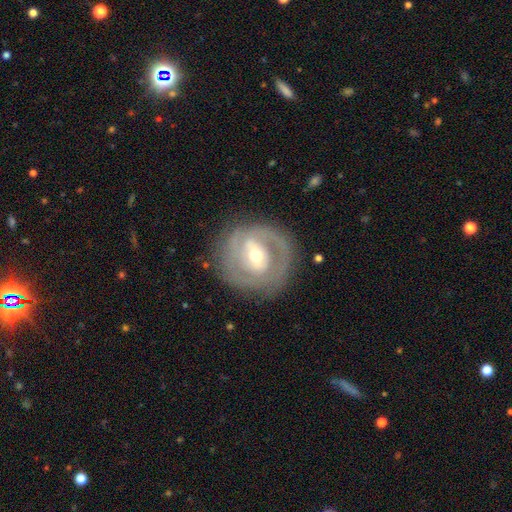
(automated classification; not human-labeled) This appears to be a featured or disk galaxy (75%) with a weak bar (42%), 2 (49%) tight (56%) spiral arms (71%) and a moderate central bulge (63%). Merging: none (76%).